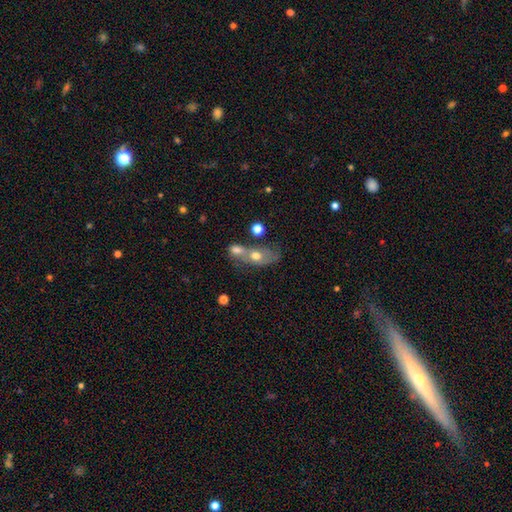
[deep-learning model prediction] Smooth or featured: smooth — 52% (featured or disk — 36%)
How rounded: in between — 69% (round — 24%)
Merging: merger — 56% (none — 22%)